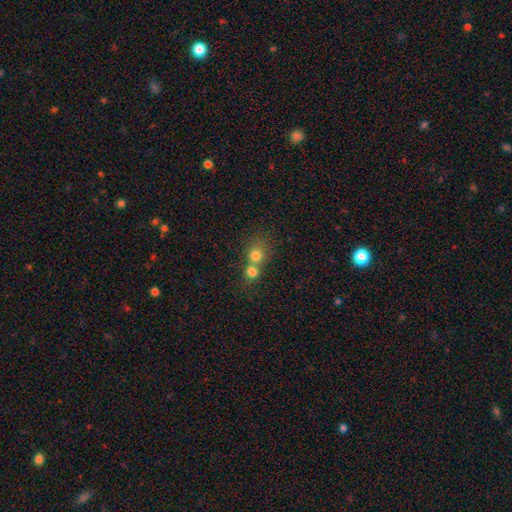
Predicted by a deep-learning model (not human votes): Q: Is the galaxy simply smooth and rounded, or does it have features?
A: smooth — 76%.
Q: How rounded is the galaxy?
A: round — 77%.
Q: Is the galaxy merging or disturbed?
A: merger — 61%.